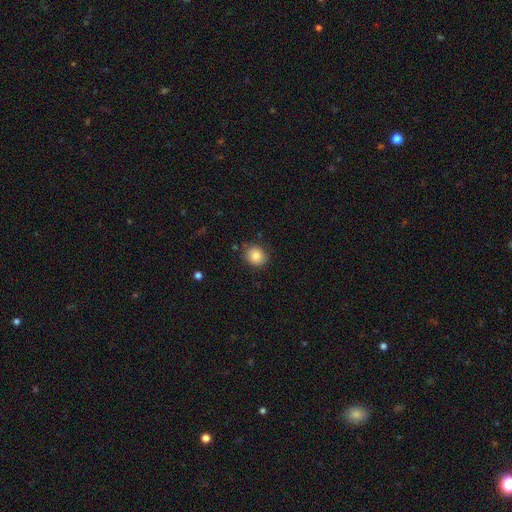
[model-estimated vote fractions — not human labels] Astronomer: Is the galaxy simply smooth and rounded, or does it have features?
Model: smooth — 83%.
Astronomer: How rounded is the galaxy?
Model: round — 73%.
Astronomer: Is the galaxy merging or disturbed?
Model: none — 82%.